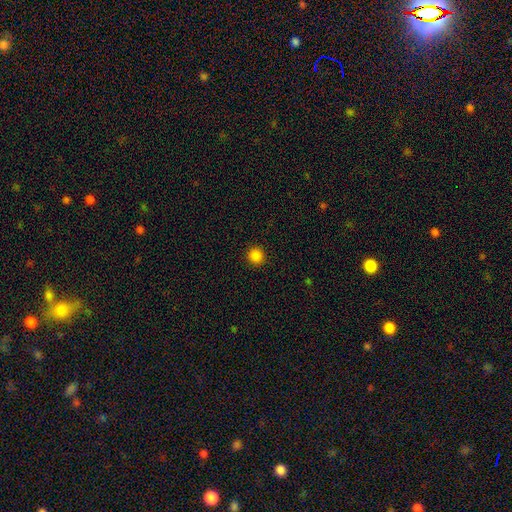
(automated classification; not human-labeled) A smooth galaxy with no disk features (85%) that is round (93%).

Vote fractions:
- Smooth or featured? smooth: 85% / star or artifact: 12% / featured or disk: 3%
- How rounded? round: 93% / in between: 6% / cigar-shaped: 1%
- Merging? none: 92% / minor disturbance: 5% / major disturbance: 2% / merger: 1%